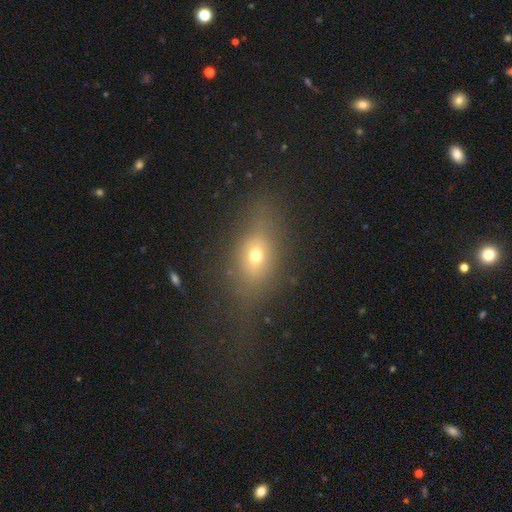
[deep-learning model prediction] A smooth galaxy with no disk features (61%) that is in between round and cigar-shaped (64%). Merging: none (59%).